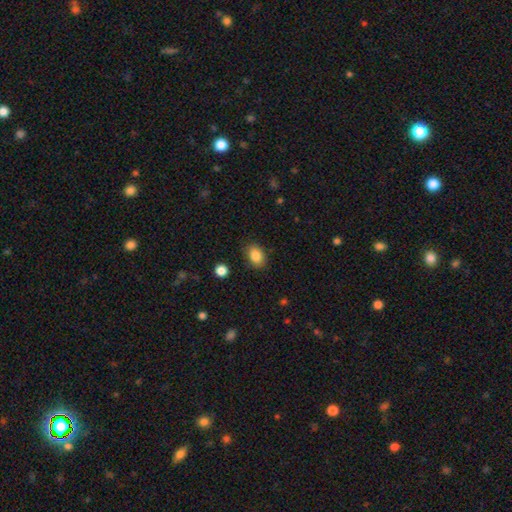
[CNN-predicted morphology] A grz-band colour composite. It shows a smooth galaxy with no disk features (86%) that is in between round and cigar-shaped (81%). Merging: none (85%).